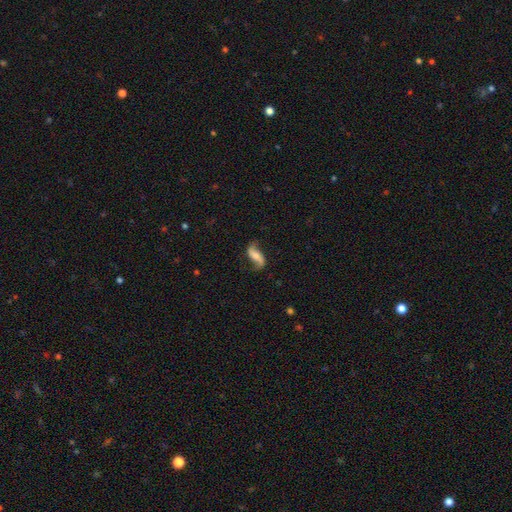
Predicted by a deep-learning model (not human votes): A featured or disk galaxy (70%) with no bar (38%), 2 (90%) loose (81%) spiral arms (92%) and a moderate central bulge (40%). Merging: none (70%).